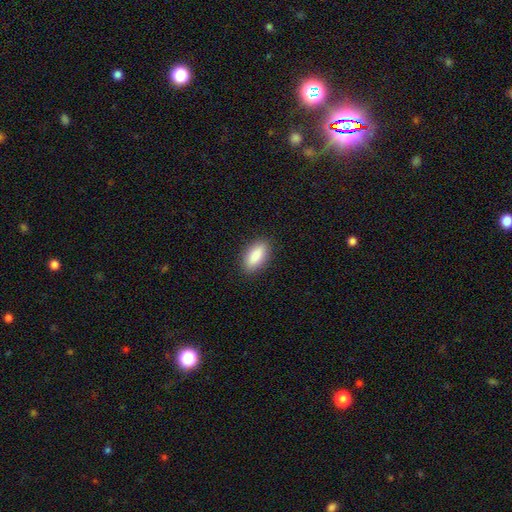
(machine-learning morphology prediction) The model was most divided on "how rounded": in between: 84%, cigar-shaped: 14%, round: 3%. More confident: merging — none (88%); smooth or featured — smooth (87%).